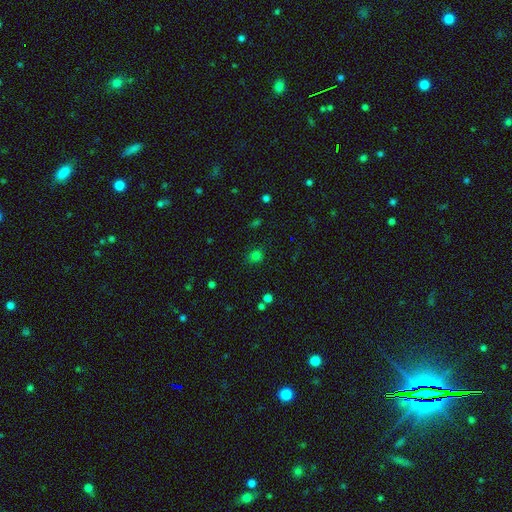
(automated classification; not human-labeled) smooth_or_featured: smooth (p=0.73) [alt: star or artifact p=0.22]
how_rounded: round (p=0.74) [alt: in between p=0.25]
merging: none (p=0.82) [alt: minor disturbance p=0.12]